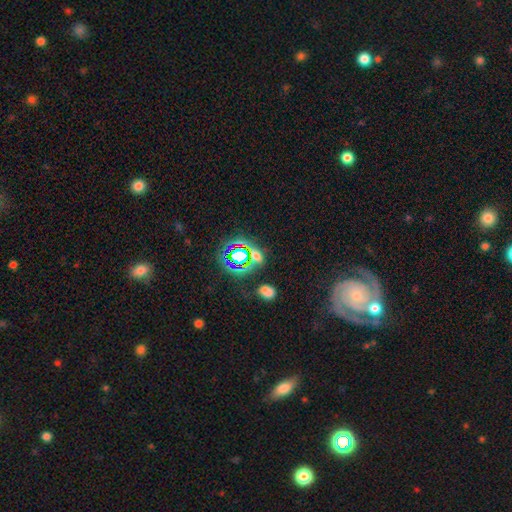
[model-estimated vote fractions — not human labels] A star or artifact, not a galaxy (58%).

Vote fractions:
- Smooth or featured? star or artifact: 58% / smooth: 29% / featured or disk: 13%